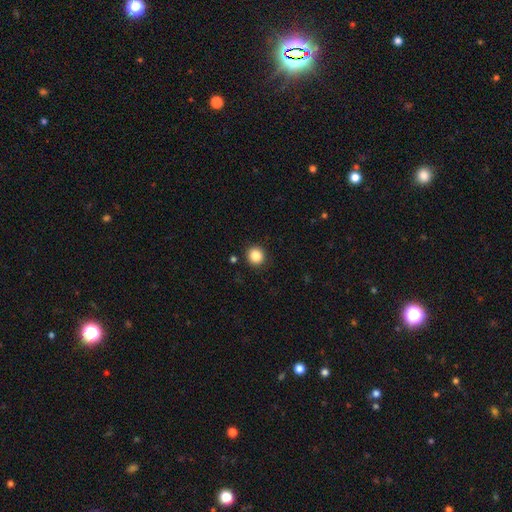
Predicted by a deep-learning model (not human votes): Smooth or featured? Predicted: smooth (p=0.87). How rounded? Predicted: round (p=0.90). Merging? Predicted: none (p=0.90).